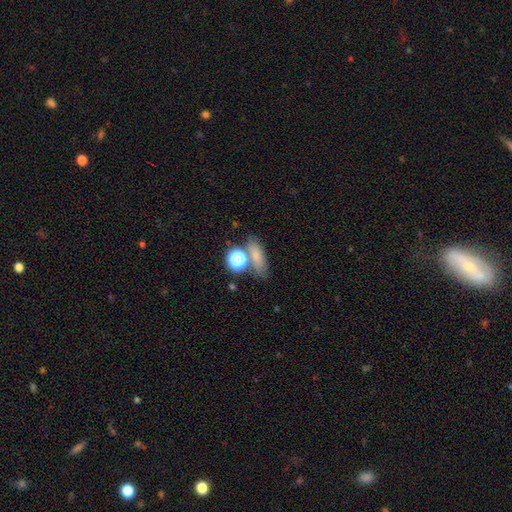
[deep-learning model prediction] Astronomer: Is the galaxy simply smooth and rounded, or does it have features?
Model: smooth — 72%.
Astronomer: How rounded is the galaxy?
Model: in between — 56%.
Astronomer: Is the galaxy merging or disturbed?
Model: none — 59%.